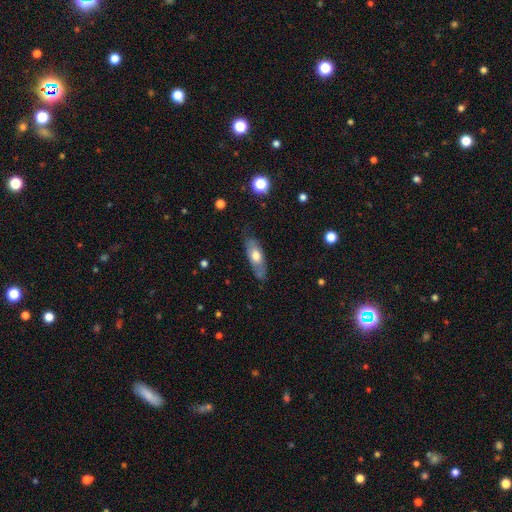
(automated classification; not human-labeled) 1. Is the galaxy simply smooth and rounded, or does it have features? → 57% smooth, 37% featured or disk, 6% star or artifact.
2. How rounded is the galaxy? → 67% in between, 30% cigar-shaped, 3% round.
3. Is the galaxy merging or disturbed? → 72% none, 21% minor disturbance, 5% major disturbance, 2% merger.